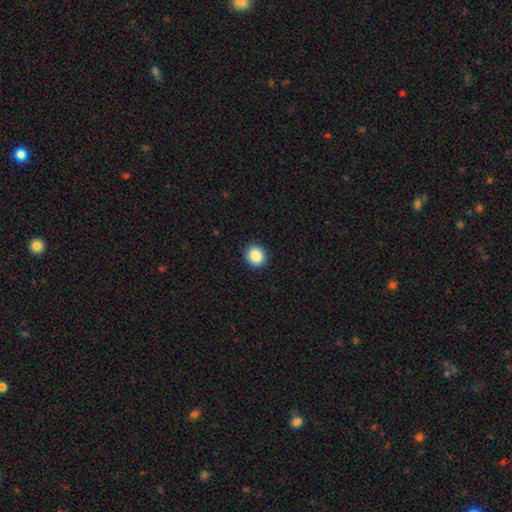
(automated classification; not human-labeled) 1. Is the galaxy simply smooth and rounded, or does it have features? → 88% smooth, 9% star or artifact, 3% featured or disk.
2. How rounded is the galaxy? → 90% round, 9% in between, 1% cigar-shaped.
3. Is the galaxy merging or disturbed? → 93% none, 5% minor disturbance, 2% major disturbance, 1% merger.